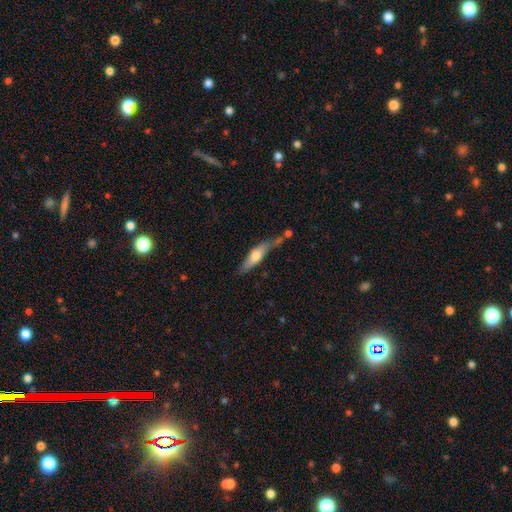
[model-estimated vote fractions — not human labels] Smooth or featured? Predicted: smooth (p=0.53). How rounded? Predicted: cigar-shaped (p=0.70). Merging? Predicted: none (p=0.50).